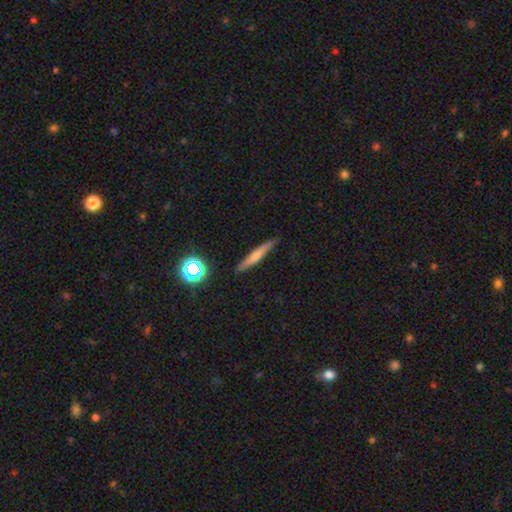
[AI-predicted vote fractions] Smooth or featured? Predicted: smooth (p=0.54). How rounded? Predicted: cigar-shaped (p=0.92). Merging? Predicted: none (p=0.86).